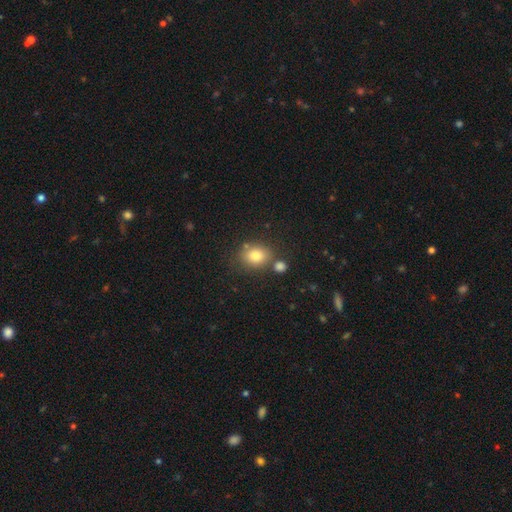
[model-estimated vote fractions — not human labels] smooth_or_featured: smooth (p=0.80) [alt: star or artifact p=0.11]
how_rounded: round (p=0.51) [alt: in between p=0.48]
merging: none (p=0.69) [alt: merger p=0.14]